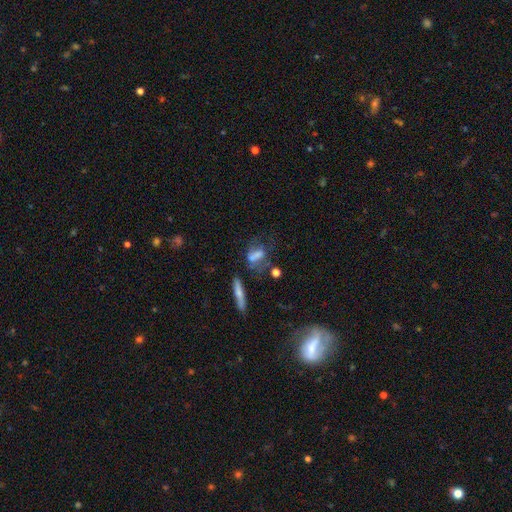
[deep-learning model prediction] Q: Smooth or featured?
A: smooth (55%); runner-up: featured or disk (30%)
Q: How rounded?
A: in between (59%); runner-up: cigar-shaped (25%)
Q: Merging?
A: none (40%); runner-up: major disturbance (25%)